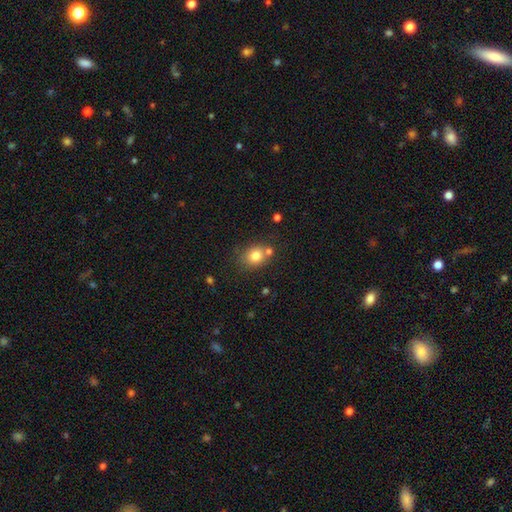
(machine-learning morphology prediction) A smooth galaxy with no disk features (79%) that is round (65%). Merging: none (65%).